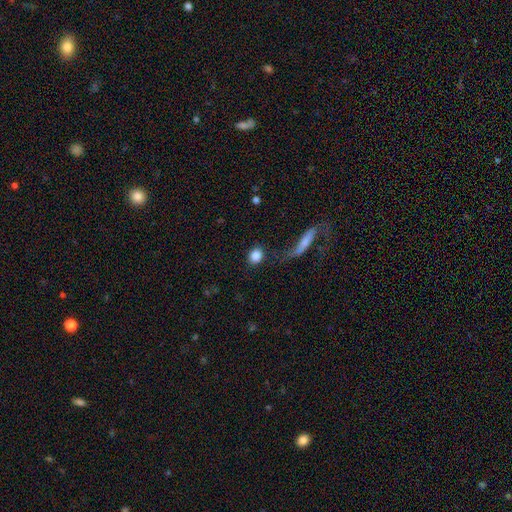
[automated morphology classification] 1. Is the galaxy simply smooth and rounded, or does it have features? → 85% smooth, 8% star or artifact, 7% featured or disk.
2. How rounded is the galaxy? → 75% round, 22% in between, 3% cigar-shaped.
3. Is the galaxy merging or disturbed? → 78% none, 10% minor disturbance, 6% merger, 5% major disturbance.